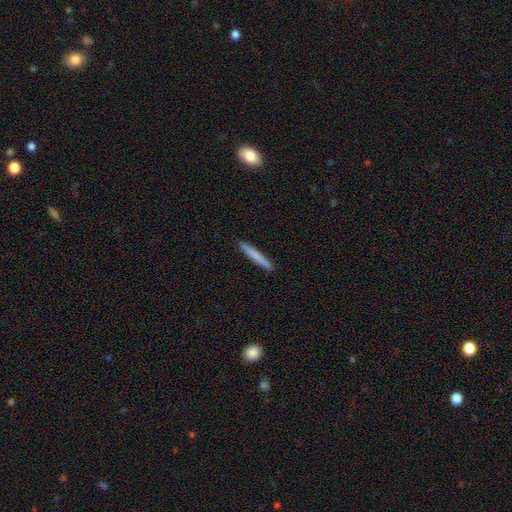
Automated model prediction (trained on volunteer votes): A smooth galaxy with no disk features (75%) that is cigar-shaped (96%).

Vote fractions:
- Smooth or featured? smooth: 75% / featured or disk: 20% / star or artifact: 5%
- How rounded? cigar-shaped: 96% / in between: 2% / round: 1%
- Merging? none: 92% / minor disturbance: 6% / major disturbance: 1% / merger: 1%